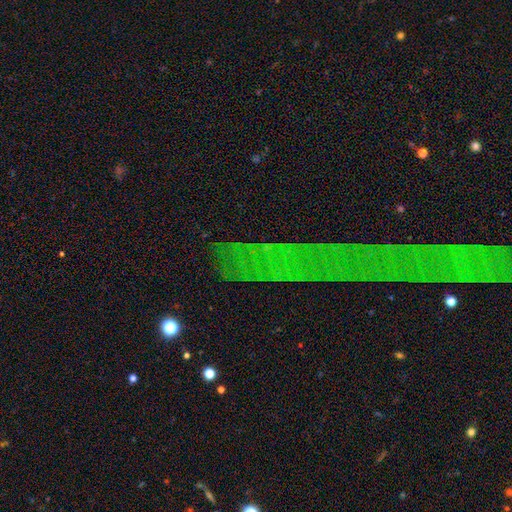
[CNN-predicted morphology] Smooth or featured?
  - star or artifact: 81% *
  - featured or disk: 10%
  - smooth: 9%